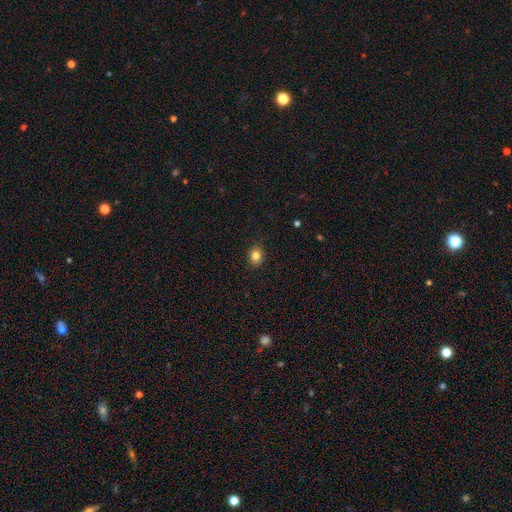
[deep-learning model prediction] smooth_or_featured: smooth (p=0.84) [alt: star or artifact p=0.11]
how_rounded: round (p=0.61) [alt: in between p=0.38]
merging: none (p=0.90) [alt: minor disturbance p=0.08]